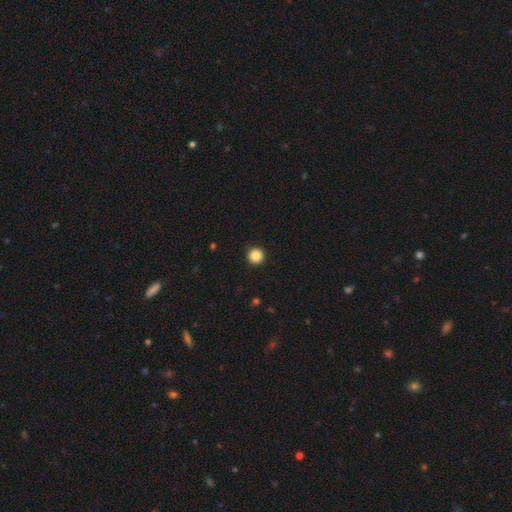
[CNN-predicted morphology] Overall: smooth (86%). How rounded: round (96%). Merging: none (94%).